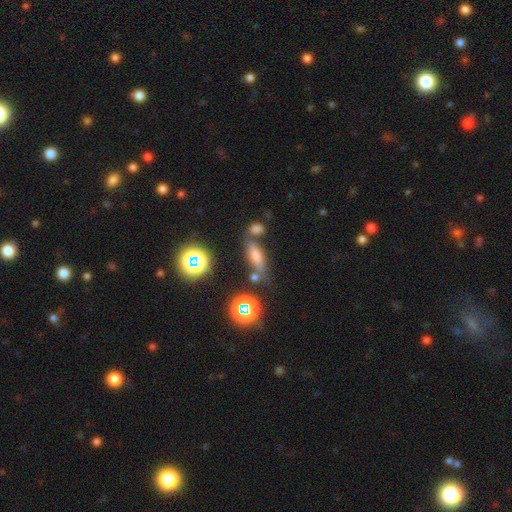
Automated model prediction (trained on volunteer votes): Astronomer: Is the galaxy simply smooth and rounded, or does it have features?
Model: smooth — 61%.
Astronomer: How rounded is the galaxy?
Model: in between — 46%, tied with cigar-shaped at 46%.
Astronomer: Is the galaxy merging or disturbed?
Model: none — 64%.